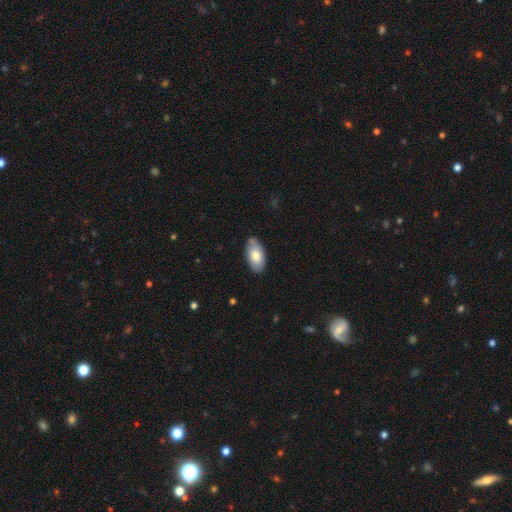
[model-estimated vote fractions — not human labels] This is likely a smooth galaxy (77%). How rounded: clearly in between (95%). Merging: clearly none (81%).